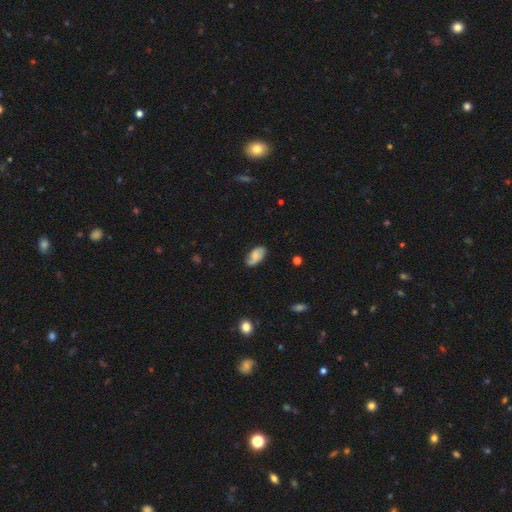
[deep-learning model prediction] Smooth or featured? Predicted: featured or disk (p=0.48). Merging? Predicted: none (p=0.76).